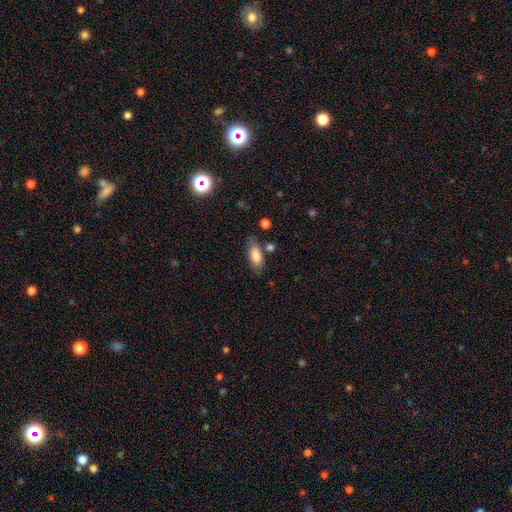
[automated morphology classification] The model was most divided on "merging": none: 72%, minor disturbance: 17%, merger: 6%, major disturbance: 5%. More confident: how rounded — in between (81%); smooth or featured — smooth (81%).